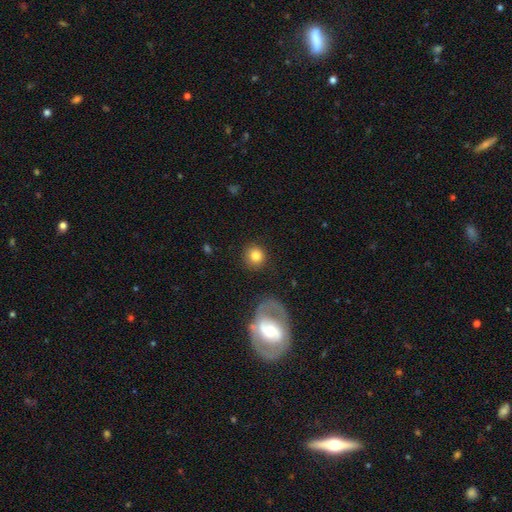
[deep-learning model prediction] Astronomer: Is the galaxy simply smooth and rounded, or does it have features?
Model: smooth — 81%.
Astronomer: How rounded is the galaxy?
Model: round — 91%.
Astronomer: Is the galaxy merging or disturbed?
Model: none — 86%.